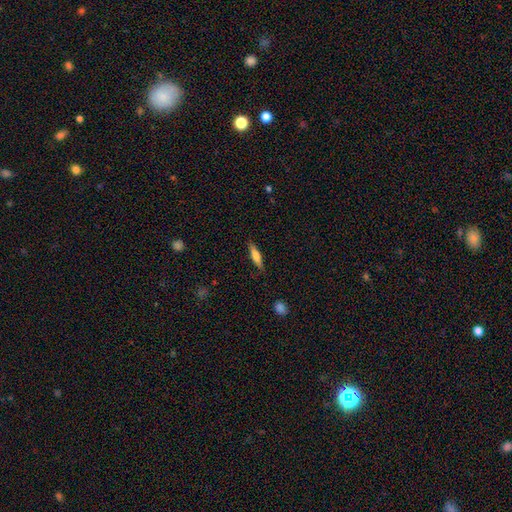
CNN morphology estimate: smooth-or-featured: smooth: 62% | featured or disk: 31% | star or artifact: 7%
  how-rounded: cigar-shaped: 75% | in between: 23% | round: 2%
  merging: none: 86% | minor disturbance: 11% | major disturbance: 2% | merger: 1%